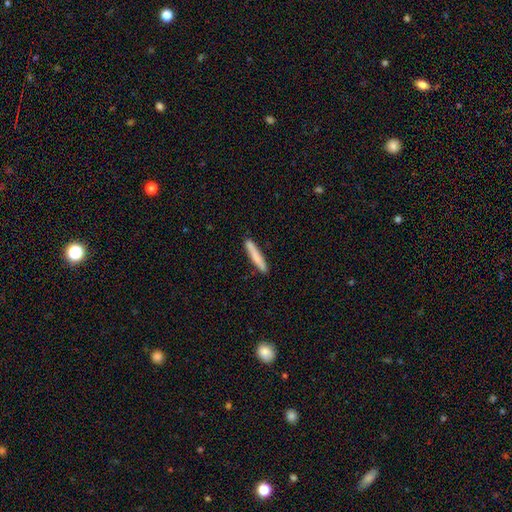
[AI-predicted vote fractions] The model was most divided on "smooth or featured": smooth: 77%, featured or disk: 17%, star or artifact: 6%. More confident: how rounded — cigar-shaped (95%); merging — none (89%).